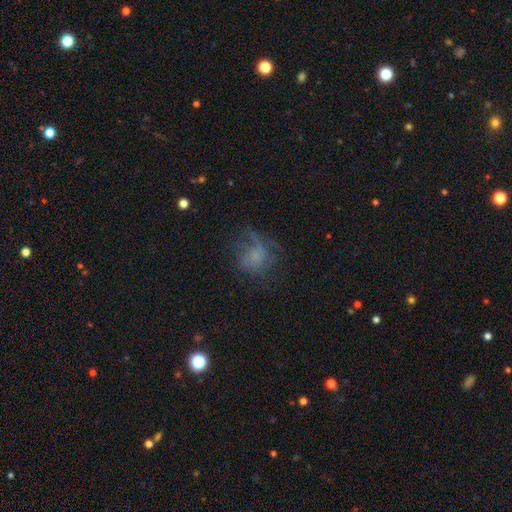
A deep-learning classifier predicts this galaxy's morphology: A smooth galaxy with no disk features (43%). Merging: none (41%).